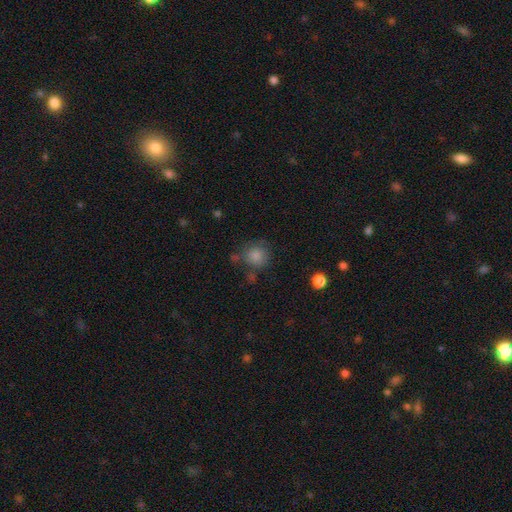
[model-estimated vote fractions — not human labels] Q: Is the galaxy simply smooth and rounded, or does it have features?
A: smooth — 83%.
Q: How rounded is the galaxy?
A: round — 87%.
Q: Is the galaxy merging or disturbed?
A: none — 63%.